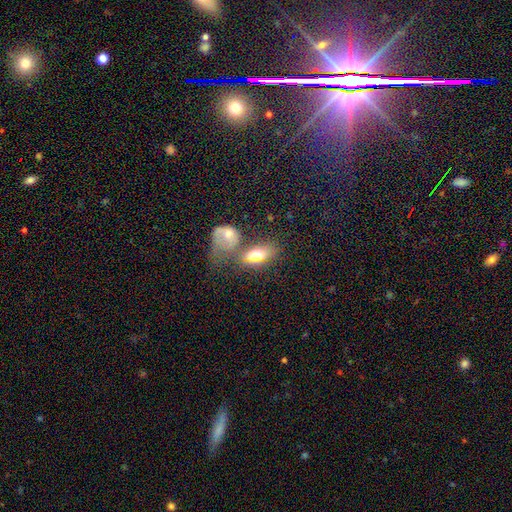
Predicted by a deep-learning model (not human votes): Q: Smooth or featured?
A: smooth (71%); runner-up: featured or disk (21%)
Q: How rounded?
A: in between (85%); runner-up: round (9%)
Q: Merging?
A: merger (42%); runner-up: none (31%)